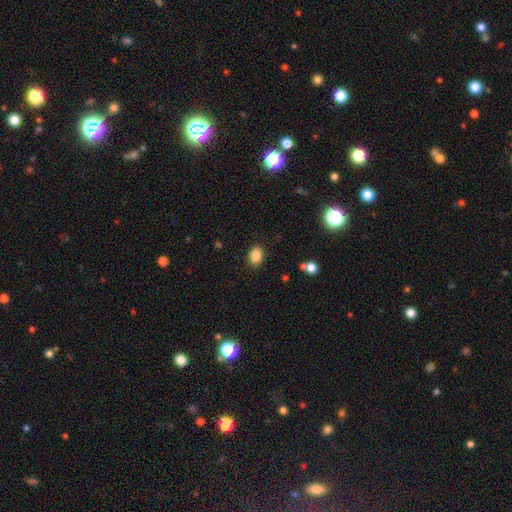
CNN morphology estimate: This is clearly a smooth galaxy (86%). How rounded: likely in between (75%). Merging: clearly none (87%).